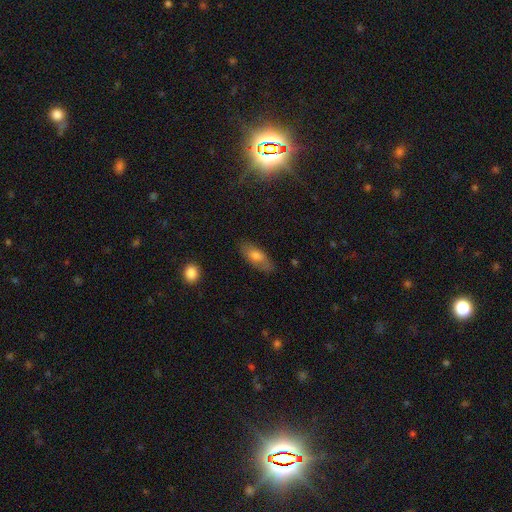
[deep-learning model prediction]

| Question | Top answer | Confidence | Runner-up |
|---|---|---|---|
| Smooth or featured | smooth | 69% | featured or disk (24%) |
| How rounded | in between | 83% | cigar-shaped (14%) |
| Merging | none | 79% | minor disturbance (16%) |